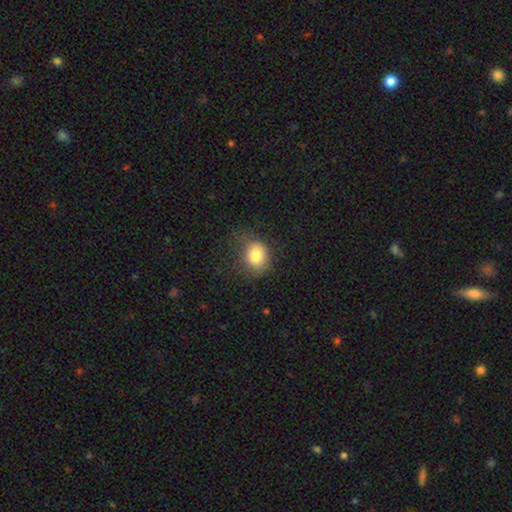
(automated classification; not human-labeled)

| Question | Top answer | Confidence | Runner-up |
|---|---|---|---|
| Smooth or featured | smooth | 81% | star or artifact (11%) |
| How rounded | round | 62% | in between (38%) |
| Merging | none | 64% | minor disturbance (23%) |